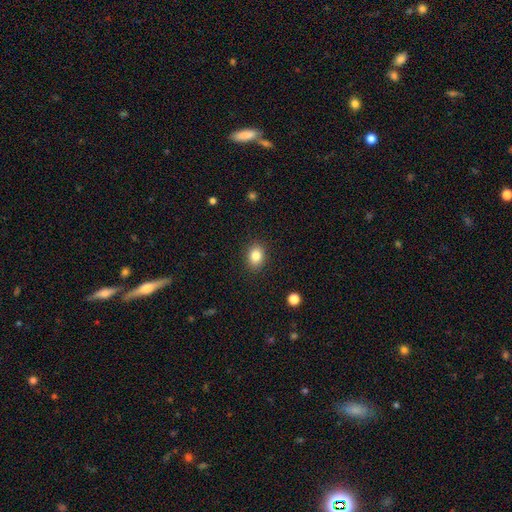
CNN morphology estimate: type=smooth (84%); roundness=in between (65%); merging=none (89%).